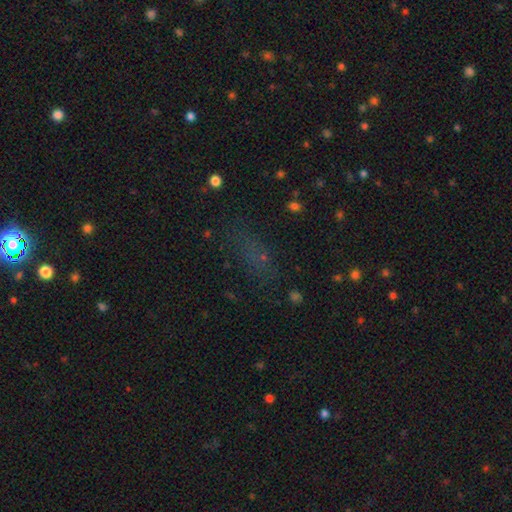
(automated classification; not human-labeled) Q: Smooth or featured?
A: smooth (45%); runner-up: star or artifact (42%)
Q: Merging?
A: none (65%); runner-up: minor disturbance (17%)